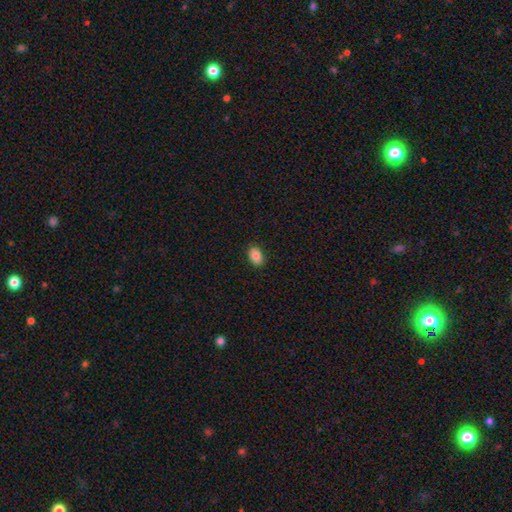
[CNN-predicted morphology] smooth 85%, star or artifact 8%, featured or disk 7%. Down the decision tree: how rounded — in between (84%); merging — none (89%).